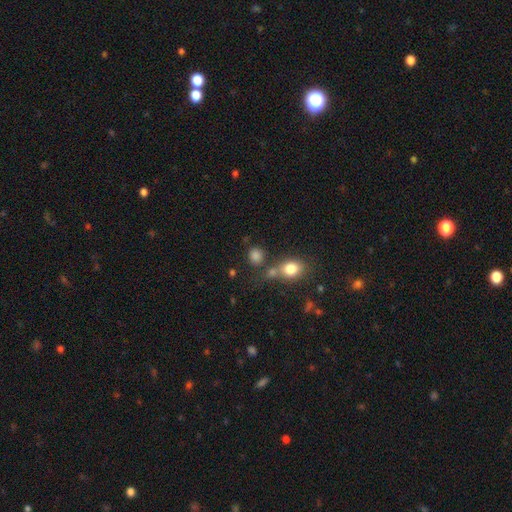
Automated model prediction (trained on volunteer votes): Smooth or featured? smooth (79%)
How rounded? round (74%)
Merging? none (64%)